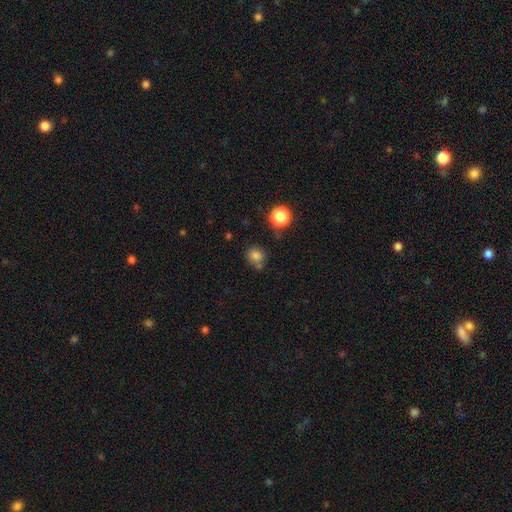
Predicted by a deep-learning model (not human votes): smooth 79%, star or artifact 14%, featured or disk 7%. Down the decision tree: how rounded — round (78%); merging — none (62%).